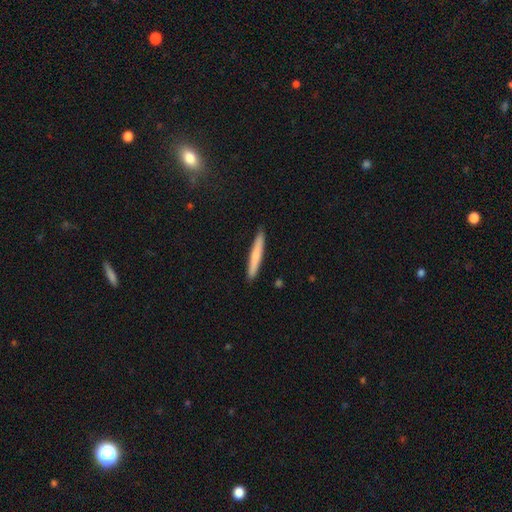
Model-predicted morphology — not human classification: Smooth or featured: smooth — 69% (featured or disk — 25%)
How rounded: cigar-shaped — 96% (in between — 3%)
Merging: none — 92% (minor disturbance — 6%)